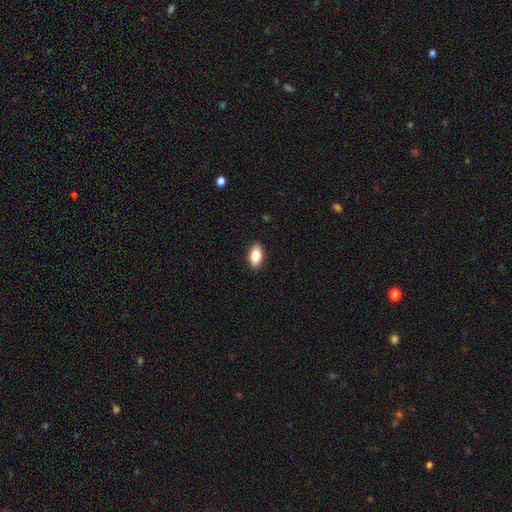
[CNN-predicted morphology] The model was most divided on "smooth or featured": smooth: 86%, featured or disk: 8%, star or artifact: 7%. More confident: how rounded — in between (92%); merging — none (90%).